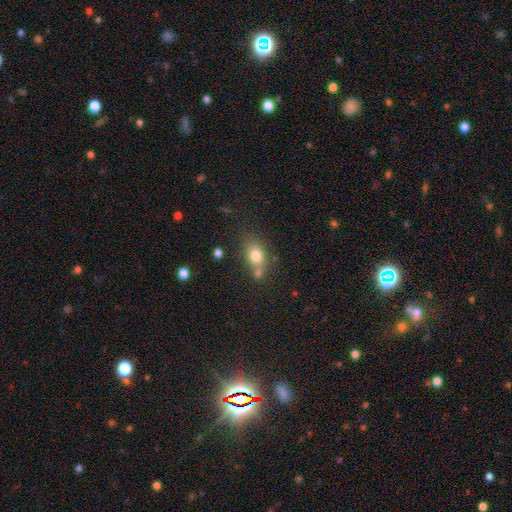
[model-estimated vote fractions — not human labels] Q: Smooth or featured?
A: smooth (77%); runner-up: featured or disk (12%)
Q: How rounded?
A: in between (70%); runner-up: round (28%)
Q: Merging?
A: none (56%); runner-up: merger (24%)